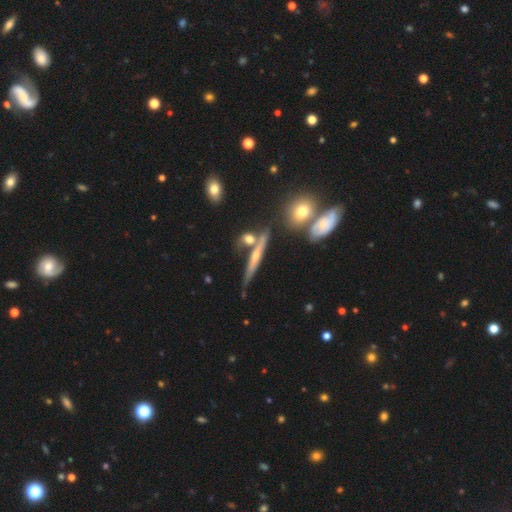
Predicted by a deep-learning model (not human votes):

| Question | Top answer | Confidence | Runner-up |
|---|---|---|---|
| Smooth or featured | featured or disk | 62% | smooth (29%) |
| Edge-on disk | yes | 90% | no (10%) |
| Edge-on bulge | rounded | 68% | none (25%) |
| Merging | none | 62% | merger (19%) |